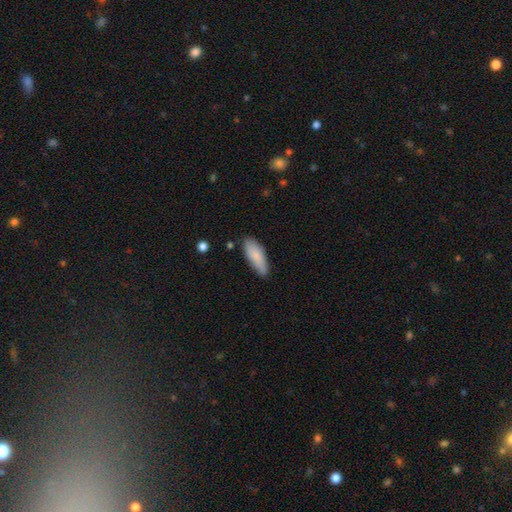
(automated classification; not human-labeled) smooth-or-featured: smooth: 83% | featured or disk: 11% | star or artifact: 6%
  how-rounded: in between: 71% | cigar-shaped: 28% | round: 2%
  merging: none: 79% | minor disturbance: 17% | major disturbance: 3% | merger: 2%